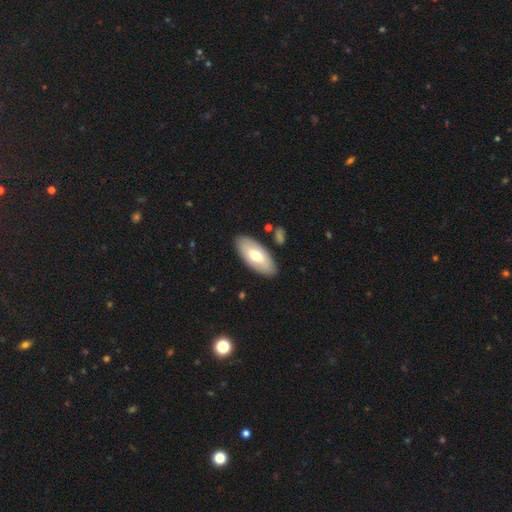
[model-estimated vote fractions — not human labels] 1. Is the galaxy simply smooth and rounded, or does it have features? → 64% smooth, 31% featured or disk, 5% star or artifact.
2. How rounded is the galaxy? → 90% in between, 8% cigar-shaped, 2% round.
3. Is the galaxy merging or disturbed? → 86% none, 9% minor disturbance, 2% merger, 2% major disturbance.